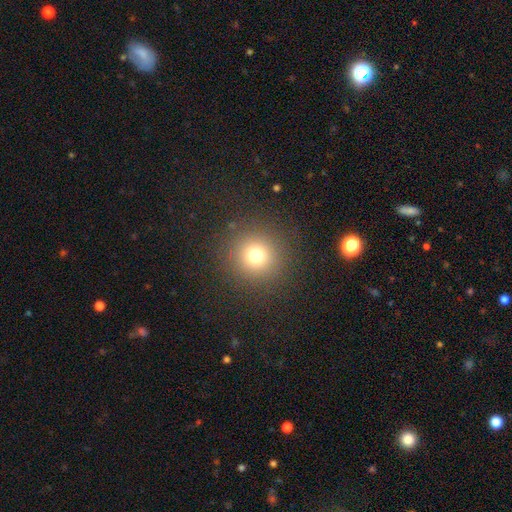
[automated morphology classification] The model was most divided on "smooth or featured": smooth: 74%, star or artifact: 17%, featured or disk: 8%. More confident: how rounded — round (95%); merging — none (89%).